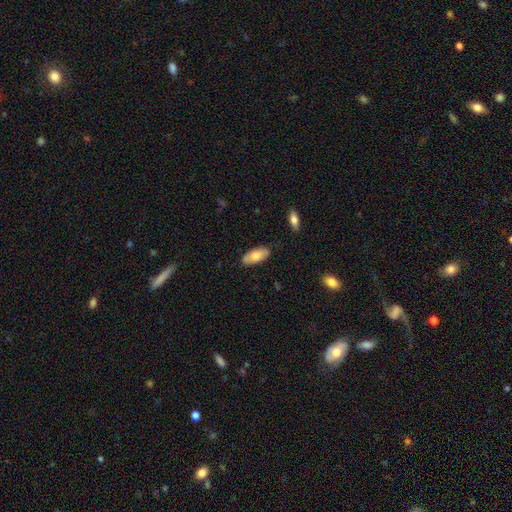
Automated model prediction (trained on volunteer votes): smooth_or_featured: smooth (p=0.70) [alt: featured or disk p=0.24]
how_rounded: in between (p=0.89) [alt: cigar-shaped p=0.09]
merging: none (p=0.81) [alt: minor disturbance p=0.15]